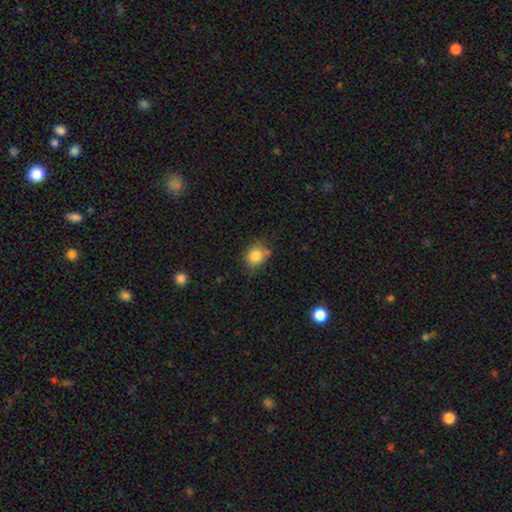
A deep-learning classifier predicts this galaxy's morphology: A smooth galaxy with no disk features (83%) that is round (56%).

Vote fractions:
- Smooth or featured? smooth: 83% / star or artifact: 10% / featured or disk: 7%
- How rounded? round: 56% / in between: 43% / cigar-shaped: 1%
- Merging? none: 71% / minor disturbance: 19% / merger: 6% / major disturbance: 4%